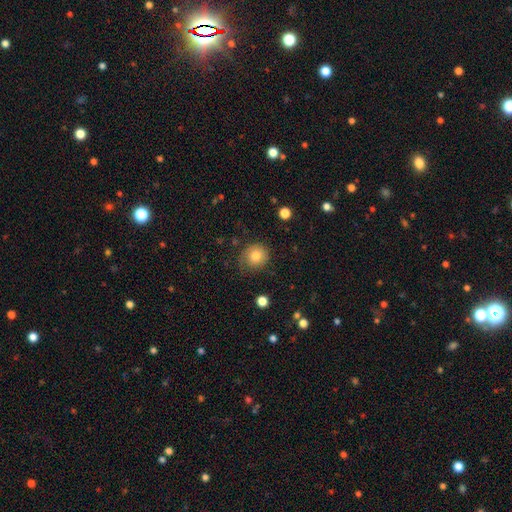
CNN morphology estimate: smooth-or-featured: smooth: 80% | star or artifact: 10% | featured or disk: 10%
  how-rounded: round: 84% | in between: 15% | cigar-shaped: 1%
  merging: none: 72% | minor disturbance: 20% | major disturbance: 6% | merger: 2%